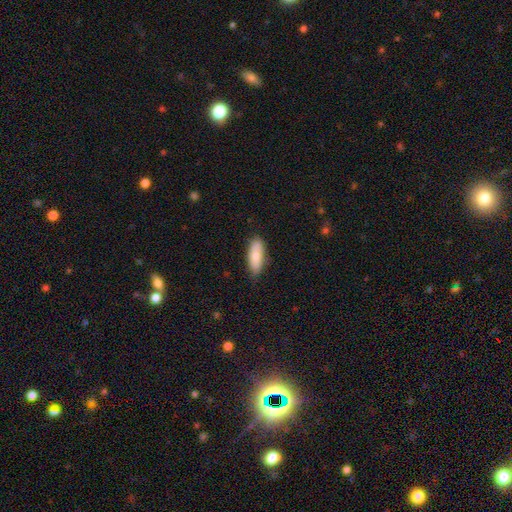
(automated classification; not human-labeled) A smooth galaxy with no disk features (81%) that is in between round and cigar-shaped (67%).

Vote fractions:
- Smooth or featured? smooth: 81% / featured or disk: 13% / star or artifact: 6%
- How rounded? in between: 67% / cigar-shaped: 31% / round: 2%
- Merging? none: 76% / minor disturbance: 19% / major disturbance: 3% / merger: 1%